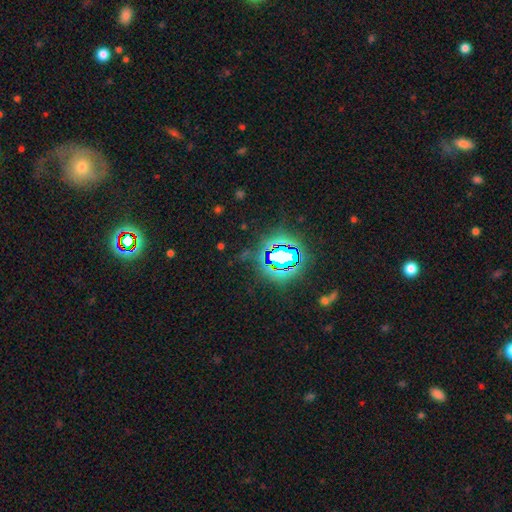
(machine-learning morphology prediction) smooth_or_featured: star or artifact (p=0.76) [alt: smooth p=0.14]